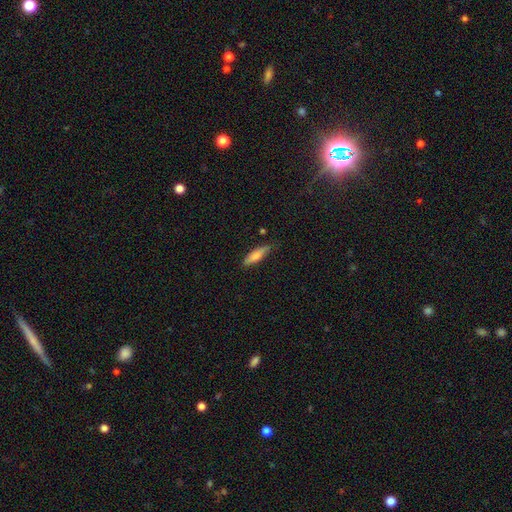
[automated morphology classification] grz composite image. It shows a smooth galaxy with no disk features (75%) that is cigar-shaped (62%). Merging: none (73%).